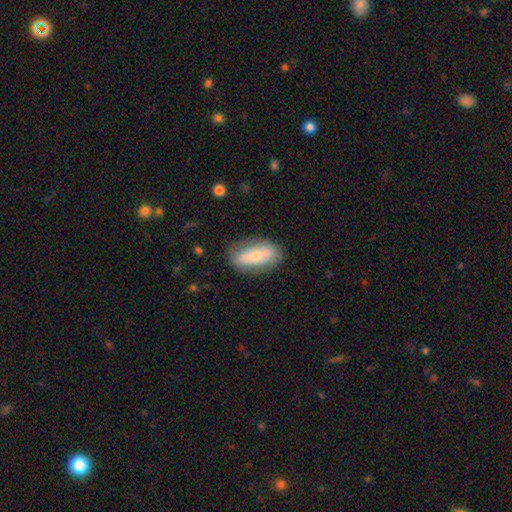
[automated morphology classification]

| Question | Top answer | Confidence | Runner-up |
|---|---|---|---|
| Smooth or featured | smooth | 65% | featured or disk (28%) |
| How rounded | in between | 78% | cigar-shaped (18%) |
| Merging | none | 80% | minor disturbance (14%) |